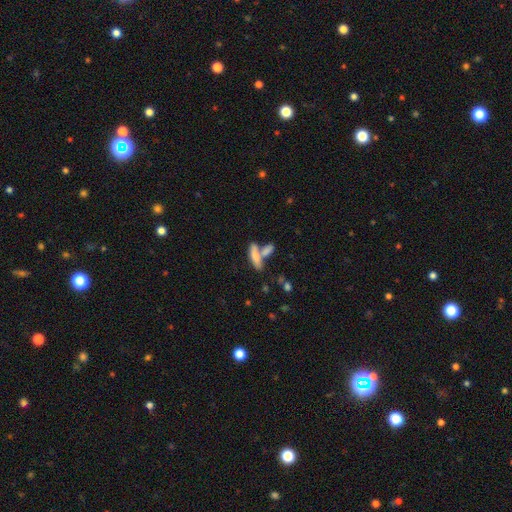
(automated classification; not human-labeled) smooth-or-featured: smooth: 72% | featured or disk: 20% | star or artifact: 8%
  how-rounded: cigar-shaped: 51% | in between: 46% | round: 3%
  merging: merger: 45% | none: 40% | minor disturbance: 10% | major disturbance: 5%